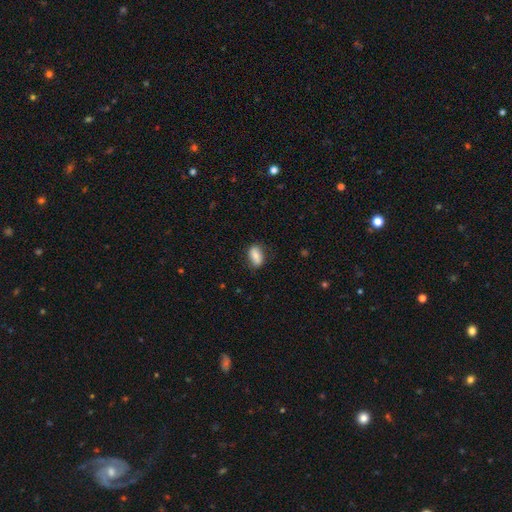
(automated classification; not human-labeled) A smooth galaxy with no disk features (78%) that is in between round and cigar-shaped (87%). Merging: none (76%).